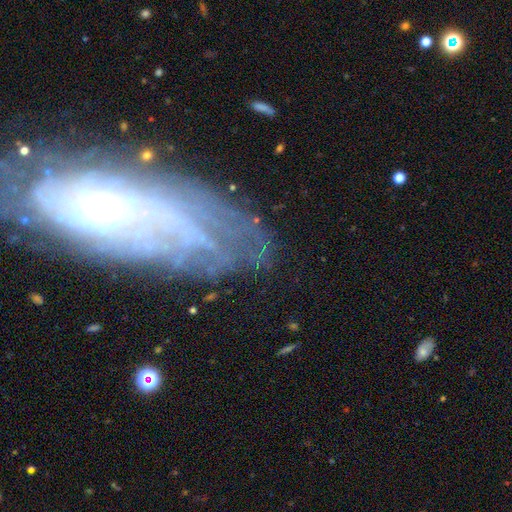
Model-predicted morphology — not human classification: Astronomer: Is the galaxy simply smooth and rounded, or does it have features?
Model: featured or disk — 61%.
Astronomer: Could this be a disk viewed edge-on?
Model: no — 88%.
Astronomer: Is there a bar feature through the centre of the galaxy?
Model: no — 66%.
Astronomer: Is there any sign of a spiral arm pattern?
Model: yes — 65%.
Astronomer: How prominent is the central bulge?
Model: small — 45% (runner-up: none, 27%).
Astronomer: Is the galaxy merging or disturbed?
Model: none — 66%.